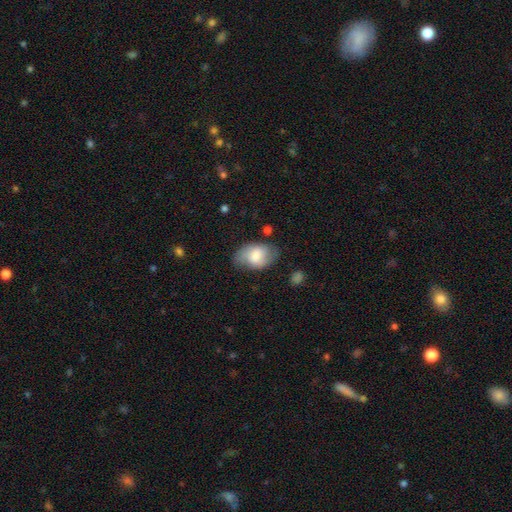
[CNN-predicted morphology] The model was most divided on "smooth or featured": smooth: 63%, featured or disk: 30%, star or artifact: 7%. More confident: how rounded — in between (90%); merging — none (71%).